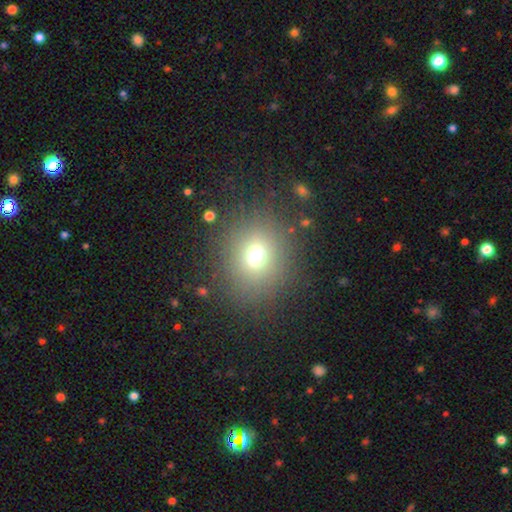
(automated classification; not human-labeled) Q: Smooth or featured?
A: smooth (68%); runner-up: star or artifact (20%)
Q: How rounded?
A: round (76%); runner-up: in between (23%)
Q: Merging?
A: none (82%); runner-up: minor disturbance (9%)